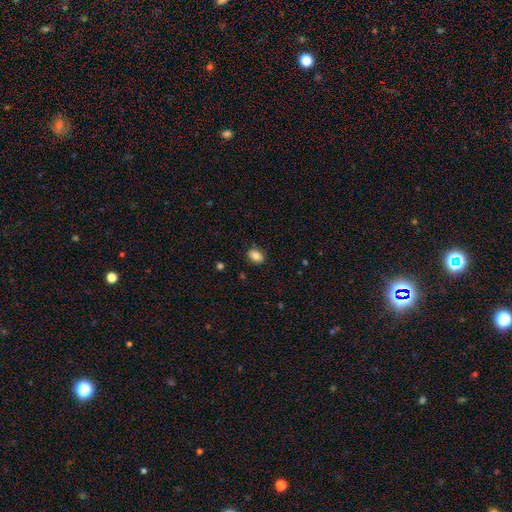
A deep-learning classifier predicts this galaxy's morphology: type=smooth (85%); roundness=in between (78%); merging=none (86%).